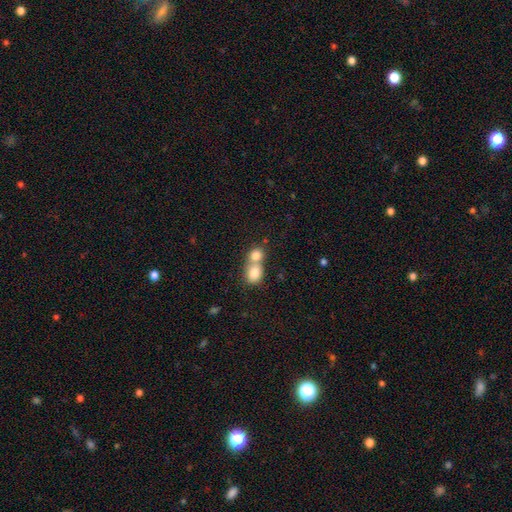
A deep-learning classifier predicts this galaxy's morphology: Smooth or featured: smooth — 79% (featured or disk — 11%)
How rounded: round — 69% (in between — 30%)
Merging: merger — 69% (none — 25%)